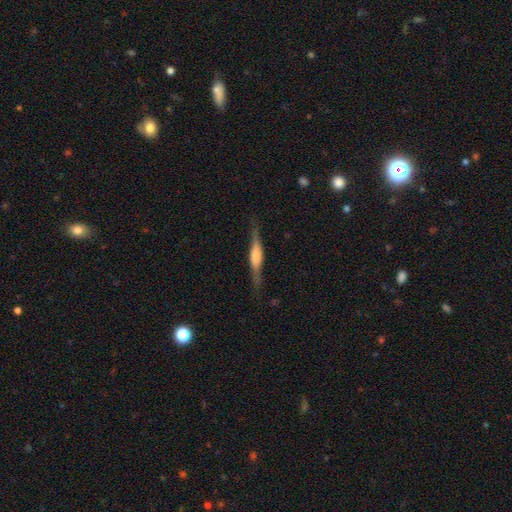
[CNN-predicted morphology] Smooth or featured: featured or disk — 62% (smooth — 32%)
Edge-on disk: yes — 95% (no — 5%)
Edge-on bulge: rounded — 52% (boxy — 39%)
Merging: none — 80% (minor disturbance — 14%)